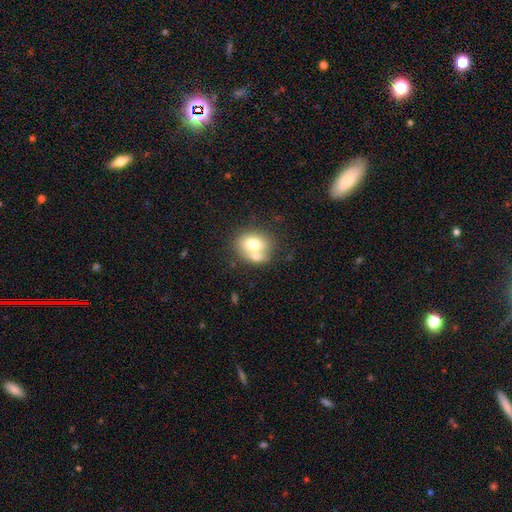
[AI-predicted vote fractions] A smooth galaxy with no disk features (70%) that is round (56%). Merging: merger (44%).